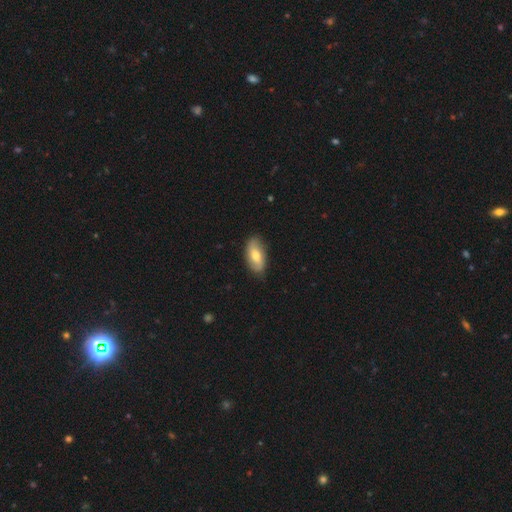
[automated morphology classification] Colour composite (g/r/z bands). It shows a smooth galaxy with no disk features (61%) that is in between round and cigar-shaped (90%). Merging: none (80%).